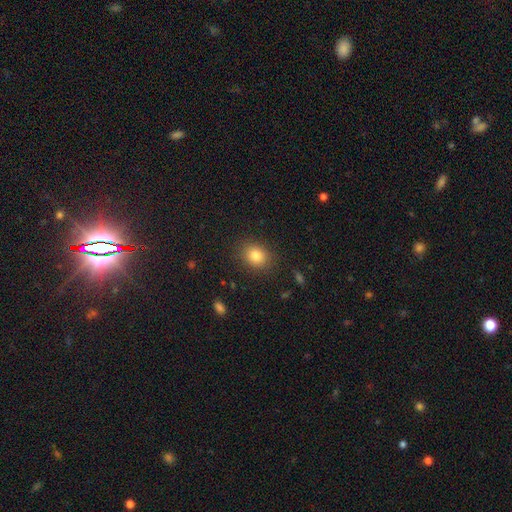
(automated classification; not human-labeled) Smooth or featured? smooth (82%)
How rounded? round (61%)
Merging? none (87%)